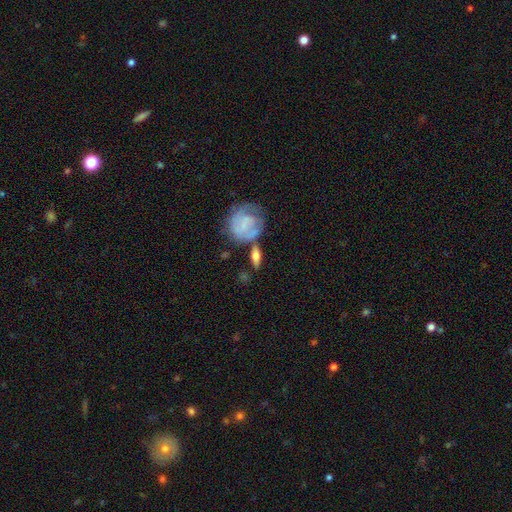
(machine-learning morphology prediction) Smooth or featured? smooth (53%)
How rounded? in between (53%)
Merging? none (63%)